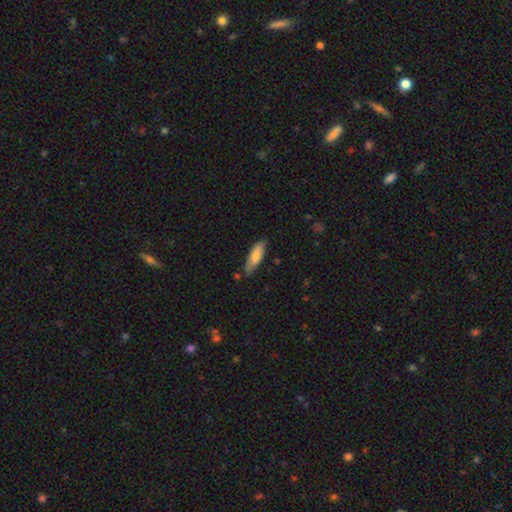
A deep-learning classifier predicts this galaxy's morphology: type=smooth (79%); roundness=cigar-shaped (50%); merging=none (71%).